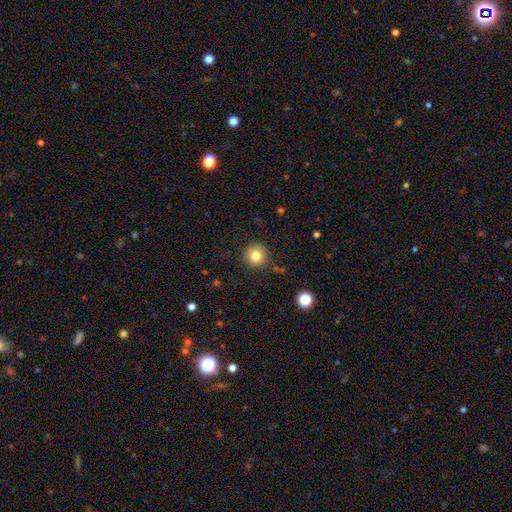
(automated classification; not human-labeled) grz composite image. It shows a smooth galaxy with no disk features (82%) that is round (94%). Merging: none (88%).